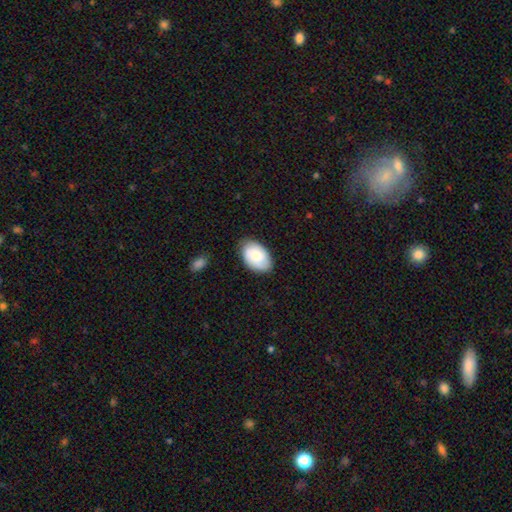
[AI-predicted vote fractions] Smooth or featured: smooth — 73% (featured or disk — 21%)
How rounded: in between — 90% (round — 9%)
Merging: none — 79% (minor disturbance — 17%)